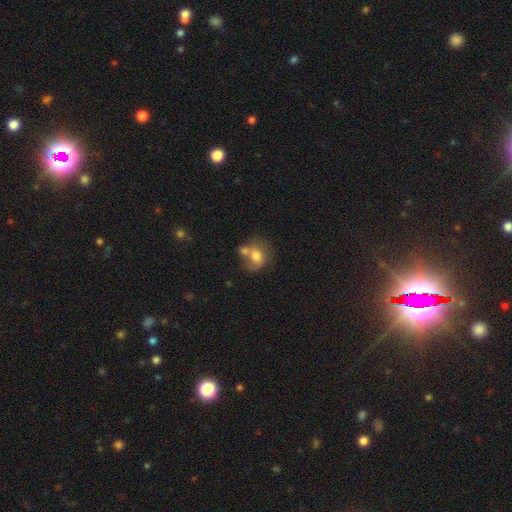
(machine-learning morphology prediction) smooth-or-featured: smooth: 65% | featured or disk: 26% | star or artifact: 10%
  how-rounded: round: 52% | in between: 47% | cigar-shaped: 1%
  merging: merger: 45% | none: 28% | minor disturbance: 16% | major disturbance: 11%